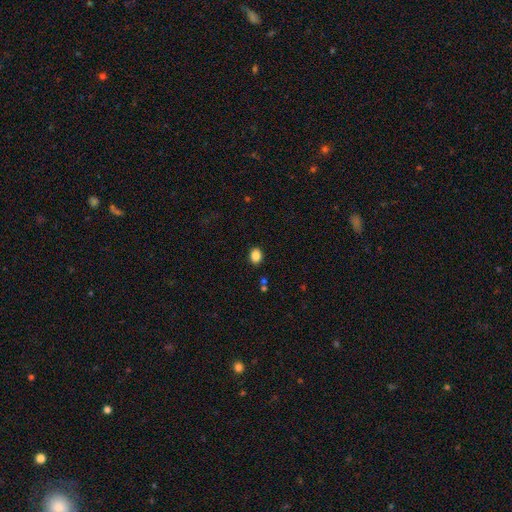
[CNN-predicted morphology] smooth 86%, star or artifact 10%, featured or disk 4%. Down the decision tree: how rounded — in between (58%); merging — none (88%).